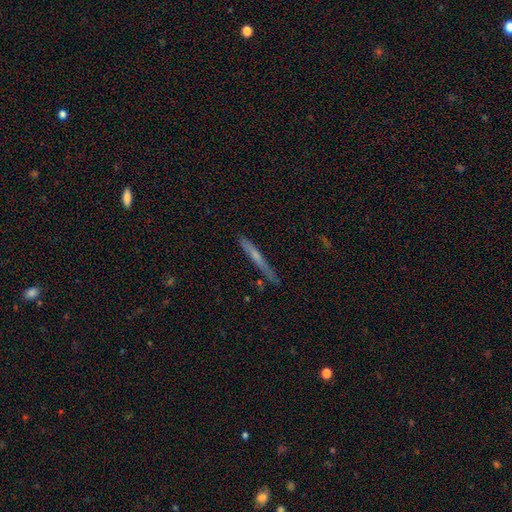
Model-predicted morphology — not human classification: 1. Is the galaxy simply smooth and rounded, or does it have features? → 52% featured or disk, 40% smooth, 8% star or artifact.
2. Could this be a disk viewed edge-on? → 96% yes, 4% no.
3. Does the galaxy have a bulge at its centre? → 54% none, 41% rounded, 6% boxy.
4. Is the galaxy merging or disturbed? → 83% none, 12% minor disturbance, 2% major disturbance, 2% merger.